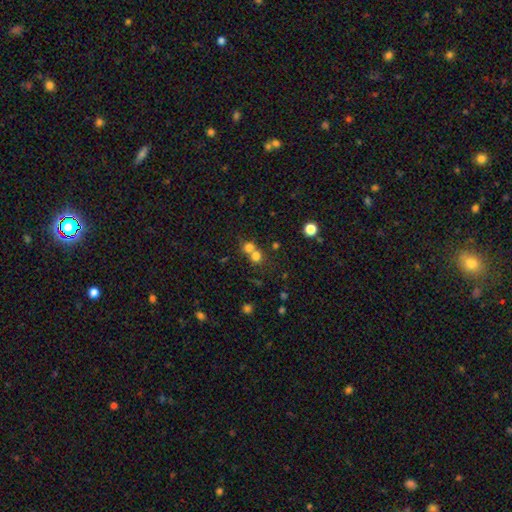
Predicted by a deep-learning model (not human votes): Smooth or featured?
  - smooth: 72% *
  - star or artifact: 16%
  - featured or disk: 11%
How rounded?
  - round: 84% *
  - in between: 15%
  - cigar-shaped: 1%
Merging?
  - merger: 55% *
  - none: 38%
  - minor disturbance: 5%
  - major disturbance: 3%